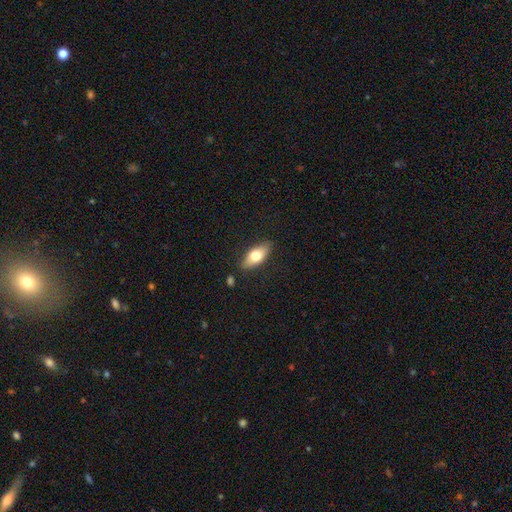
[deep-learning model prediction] The model was most divided on "smooth or featured": smooth: 68%, featured or disk: 25%, star or artifact: 6%. More confident: merging — none (84%); how rounded — in between (80%).